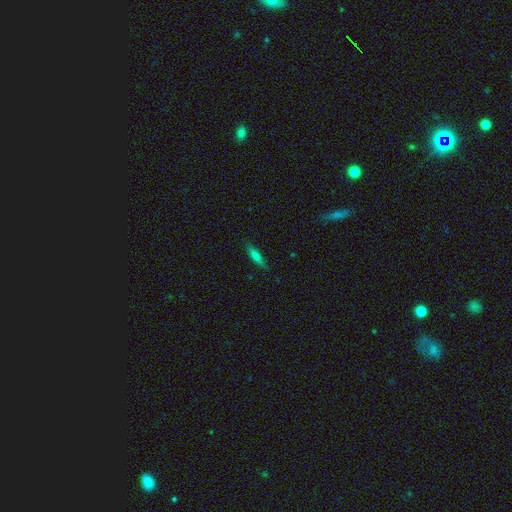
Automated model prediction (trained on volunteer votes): Q: Smooth or featured?
A: smooth (67%); runner-up: featured or disk (24%)
Q: How rounded?
A: cigar-shaped (72%); runner-up: in between (26%)
Q: Merging?
A: none (85%); runner-up: minor disturbance (12%)